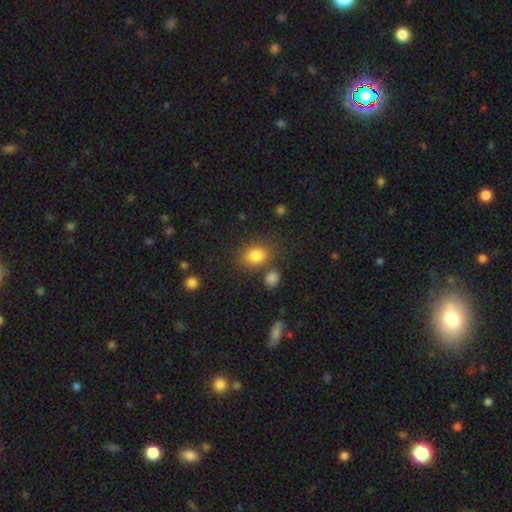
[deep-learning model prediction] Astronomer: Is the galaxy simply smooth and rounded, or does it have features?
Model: smooth — 83%.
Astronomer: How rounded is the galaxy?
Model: in between — 55% (runner-up: round, 44%).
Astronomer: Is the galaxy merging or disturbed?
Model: none — 70%.